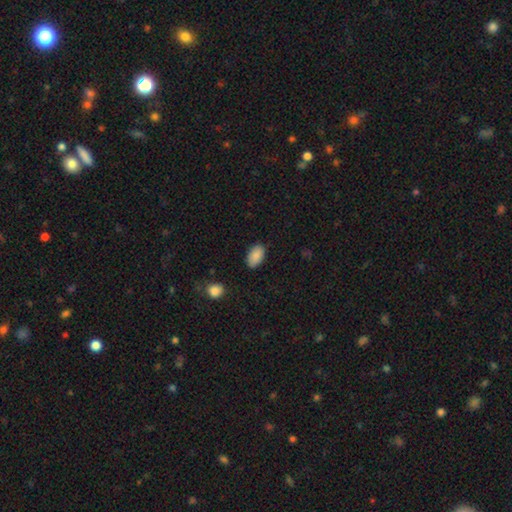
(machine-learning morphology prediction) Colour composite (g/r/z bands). It shows a smooth galaxy with no disk features (89%) that is in between round and cigar-shaped (94%). Merging: none (85%).